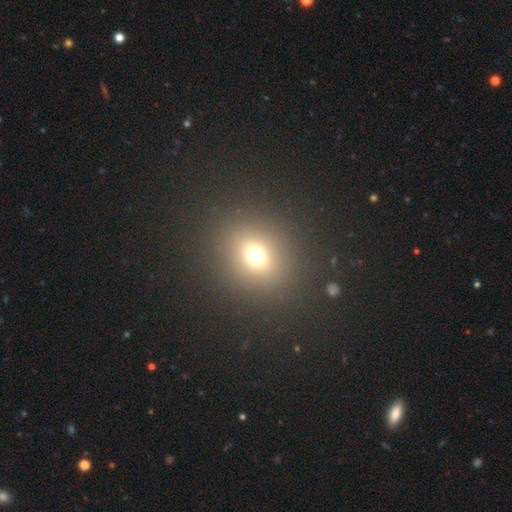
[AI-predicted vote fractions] This appears to be a smooth galaxy with no disk features (66%) that is round (76%). Merging: none (85%).